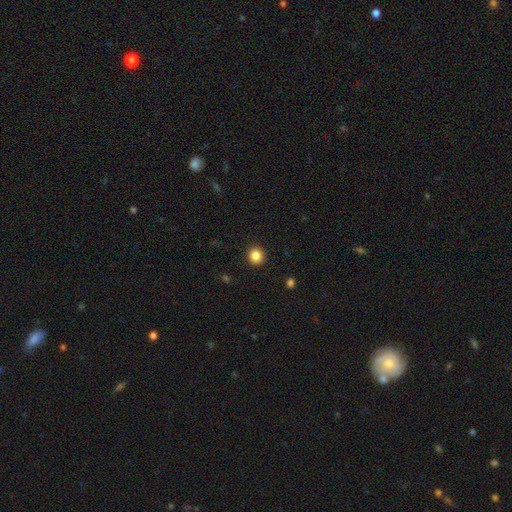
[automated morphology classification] A smooth galaxy with no disk features (85%) that is round (92%).

Vote fractions:
- Smooth or featured? smooth: 85% / star or artifact: 11% / featured or disk: 4%
- How rounded? round: 92% / in between: 7% / cigar-shaped: 1%
- Merging? none: 92% / minor disturbance: 5% / major disturbance: 2% / merger: 1%